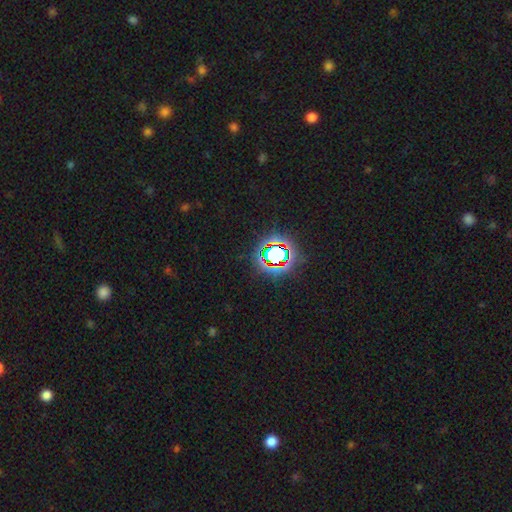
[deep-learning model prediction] Smooth or featured? star or artifact (77%)